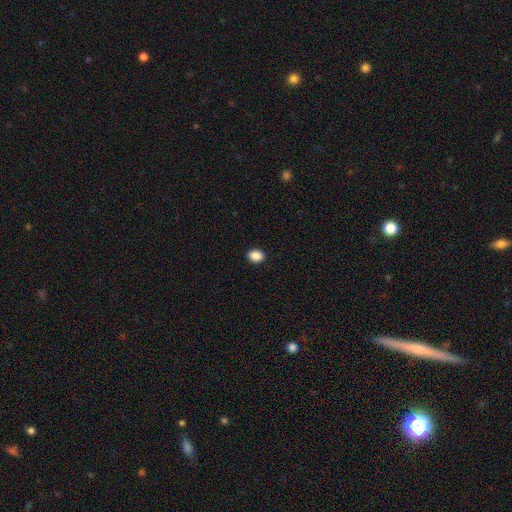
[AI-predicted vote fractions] This is clearly a smooth galaxy (90%). How rounded: likely in between (74%). Merging: clearly none (91%).